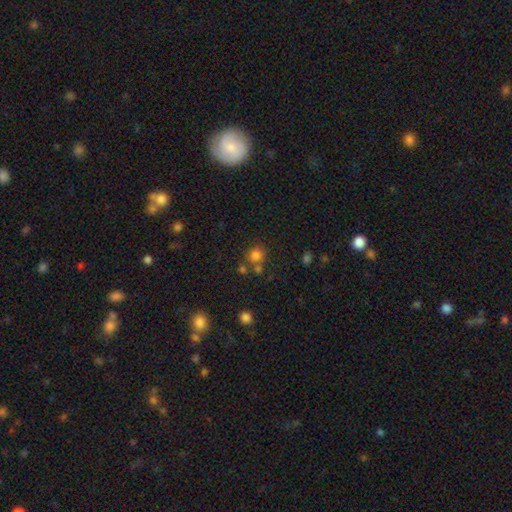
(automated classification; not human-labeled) smooth-or-featured: smooth: 78% | star or artifact: 15% | featured or disk: 7%
  how-rounded: round: 86% | in between: 13% | cigar-shaped: 1%
  merging: none: 66% | merger: 20% | minor disturbance: 10% | major disturbance: 4%